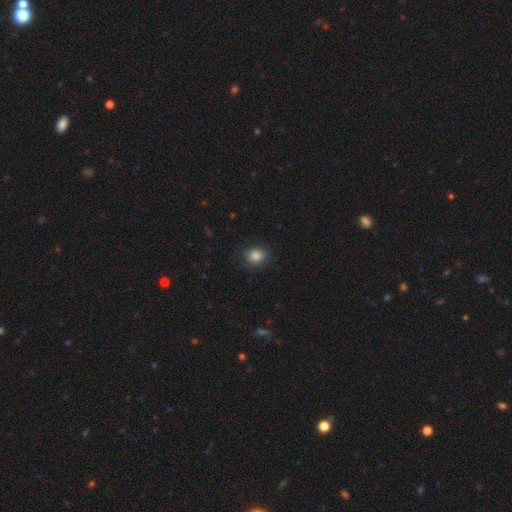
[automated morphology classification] Smooth or featured: smooth — 85% (star or artifact — 10%)
How rounded: round — 63% (in between — 36%)
Merging: none — 84% (minor disturbance — 12%)